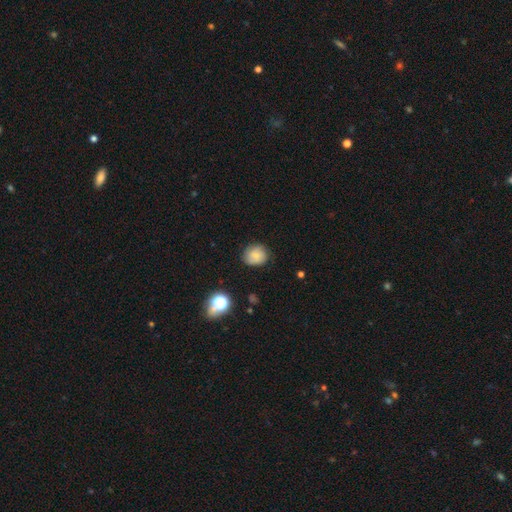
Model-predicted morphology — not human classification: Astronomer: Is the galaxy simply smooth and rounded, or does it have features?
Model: smooth — 71%.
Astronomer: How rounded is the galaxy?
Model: round — 73%.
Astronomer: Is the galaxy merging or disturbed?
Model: none — 75%.